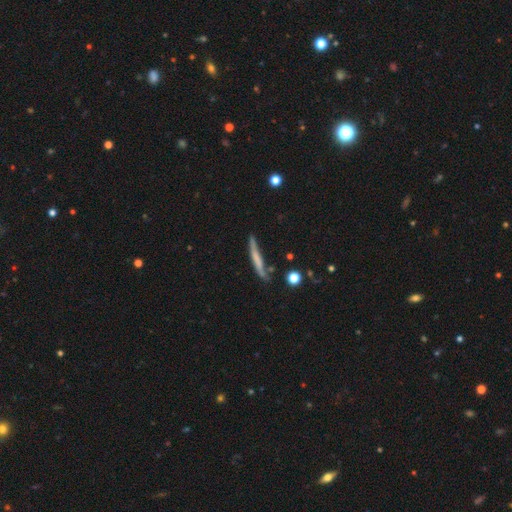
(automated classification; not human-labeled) Smooth or featured: smooth — 49% (featured or disk — 43%)
Merging: none — 74% (minor disturbance — 17%)